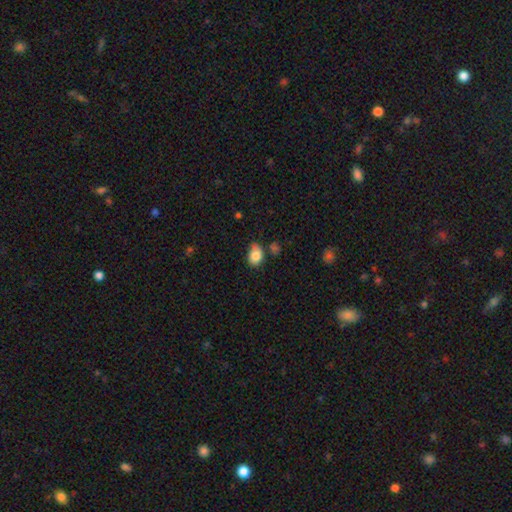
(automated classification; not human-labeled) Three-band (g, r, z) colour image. It shows a smooth galaxy with no disk features (83%) that is in between round and cigar-shaped (74%). Merging: none (58%).